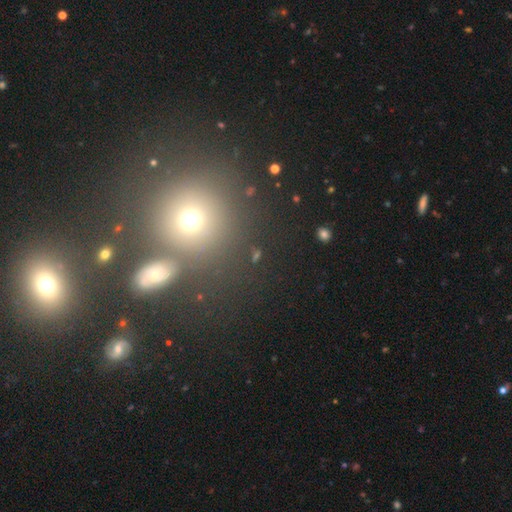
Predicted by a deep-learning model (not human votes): A smooth galaxy with no disk features (54%) that is round (80%). Merging: none (73%).